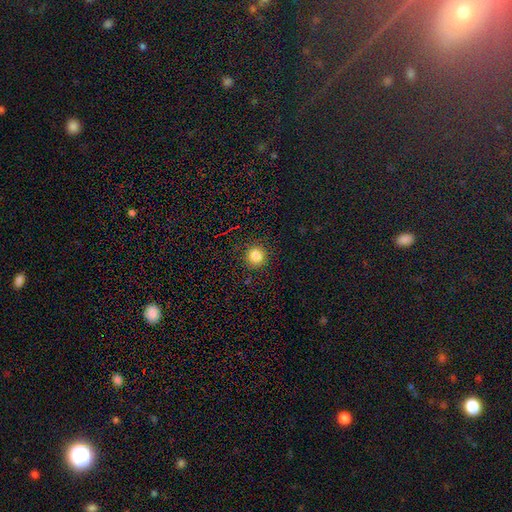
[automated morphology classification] A smooth galaxy with no disk features (84%) that is round (93%).

Vote fractions:
- Smooth or featured? smooth: 84% / star or artifact: 12% / featured or disk: 4%
- How rounded? round: 93% / in between: 6% / cigar-shaped: 1%
- Merging? none: 91% / minor disturbance: 6% / major disturbance: 2% / merger: 1%